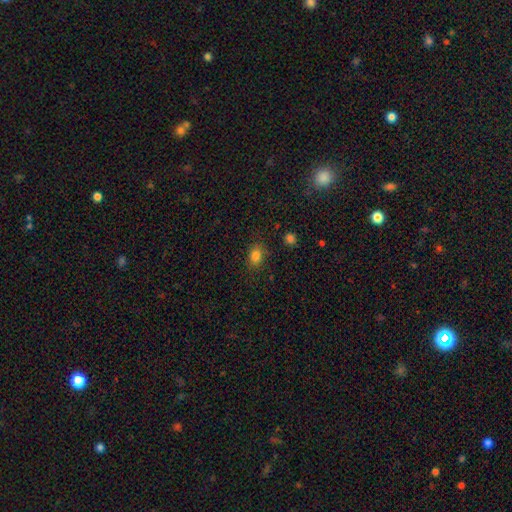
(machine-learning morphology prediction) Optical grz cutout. It shows a smooth galaxy with no disk features (82%) that is in between round and cigar-shaped (62%). Merging: none (81%).